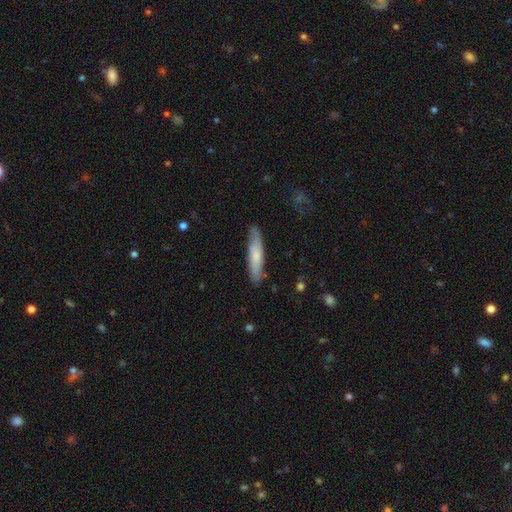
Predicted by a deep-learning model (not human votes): Smooth or featured: smooth — 66% (featured or disk — 29%)
How rounded: cigar-shaped — 85% (in between — 14%)
Merging: none — 82% (minor disturbance — 14%)